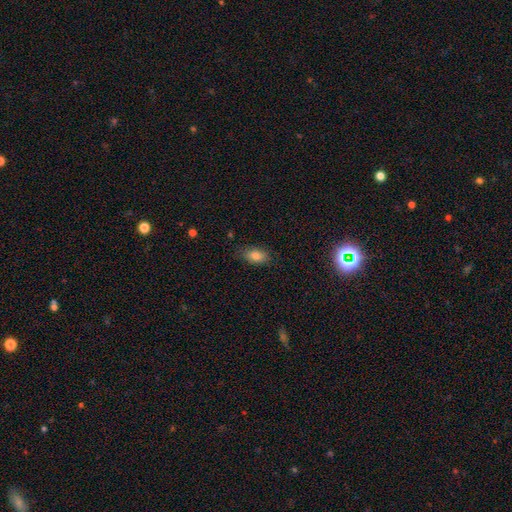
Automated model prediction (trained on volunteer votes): A smooth galaxy with no disk features (82%) that is in between round and cigar-shaped (88%).

Vote fractions:
- Smooth or featured? smooth: 82% / star or artifact: 10% / featured or disk: 8%
- How rounded? in between: 88% / round: 9% / cigar-shaped: 3%
- Merging? none: 82% / minor disturbance: 14% / major disturbance: 3% / merger: 1%